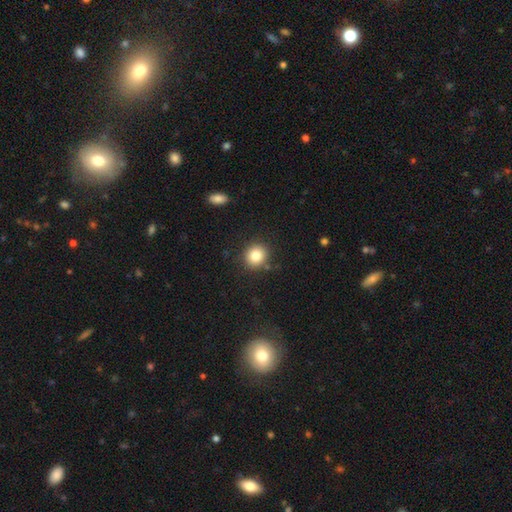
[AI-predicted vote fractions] A smooth galaxy with no disk features (83%) that is round (85%).

Vote fractions:
- Smooth or featured? smooth: 83% / star or artifact: 11% / featured or disk: 7%
- How rounded? round: 85% / in between: 14% / cigar-shaped: 1%
- Merging? none: 86% / minor disturbance: 8% / major disturbance: 3% / merger: 2%